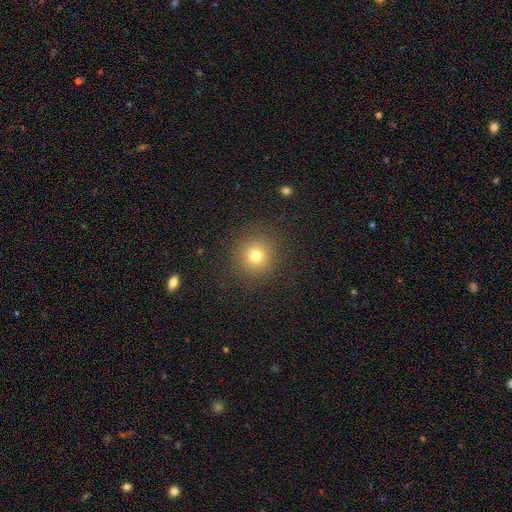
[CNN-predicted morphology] This is likely a smooth galaxy (77%). How rounded: clearly round (93%). Merging: clearly none (89%).